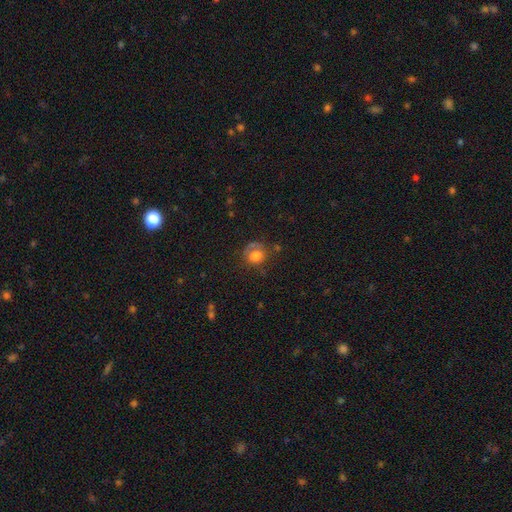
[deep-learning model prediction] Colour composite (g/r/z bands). It shows a smooth galaxy with no disk features (65%) that is round (70%). Merging: none (50%).